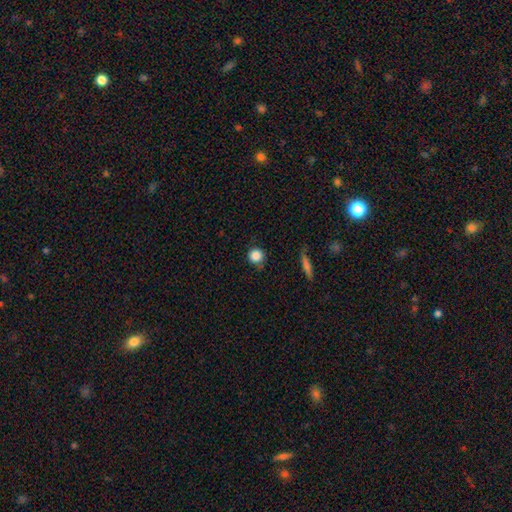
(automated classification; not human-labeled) Overall: smooth (86%). How rounded: round (93%). Merging: none (77%).